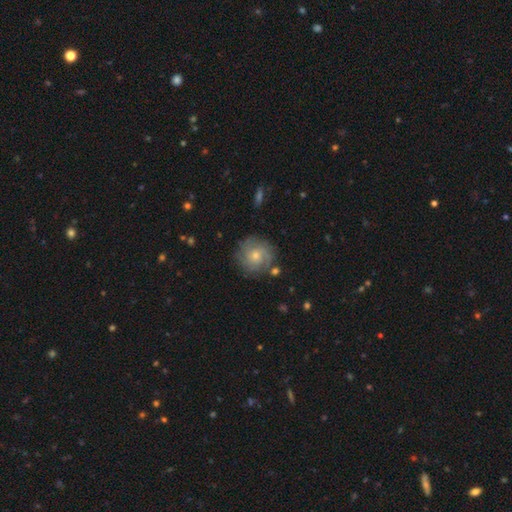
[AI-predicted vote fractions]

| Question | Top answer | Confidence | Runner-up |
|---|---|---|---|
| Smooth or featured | featured or disk | 52% | smooth (39%) |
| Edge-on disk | no | 97% | yes (3%) |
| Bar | no | 81% | weak (17%) |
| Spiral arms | yes | 81% | no (19%) |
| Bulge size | small | 53% | moderate (42%) |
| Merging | none | 78% | minor disturbance (14%) |